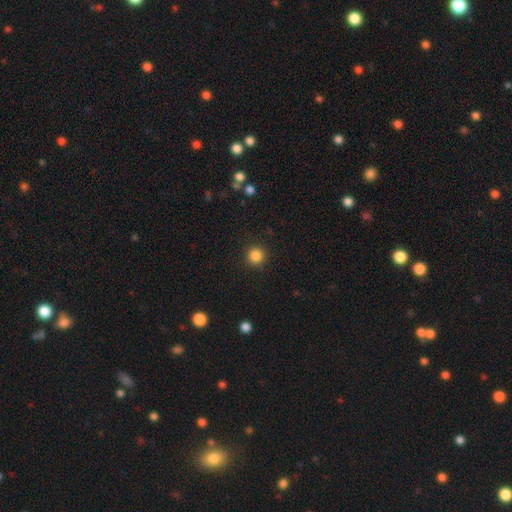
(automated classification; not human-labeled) This appears to be a smooth galaxy with no disk features (85%) that is round (95%). Merging: none (92%).